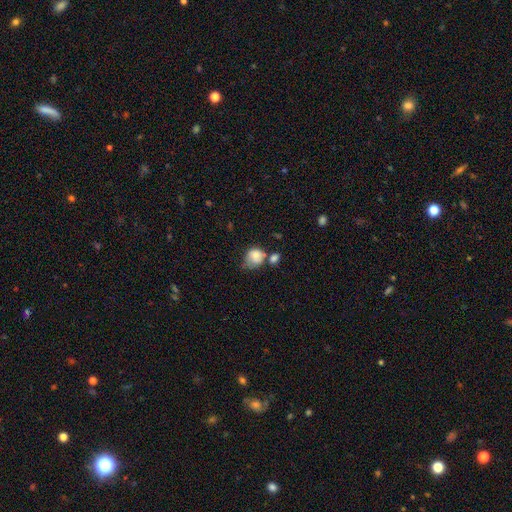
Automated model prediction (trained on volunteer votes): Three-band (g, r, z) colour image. It shows a smooth galaxy with no disk features (74%) that is round (62%). Merging: none (32%).